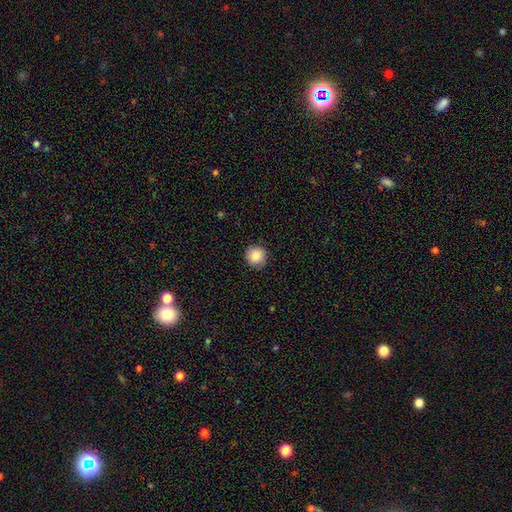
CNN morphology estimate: This is clearly a smooth galaxy (88%). How rounded: clearly round (95%). Merging: clearly none (90%).